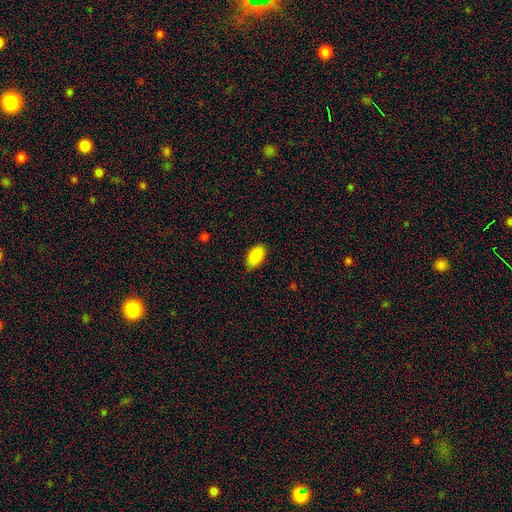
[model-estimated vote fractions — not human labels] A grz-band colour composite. It shows a smooth galaxy with no disk features (89%) that is in between round and cigar-shaped (95%). Merging: none (83%).